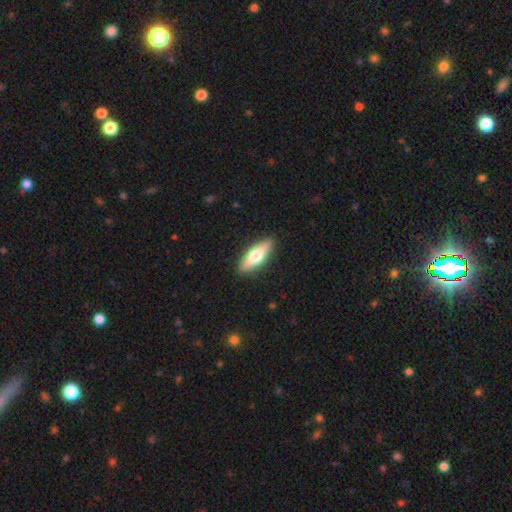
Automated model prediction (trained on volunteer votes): The model was most divided on "how rounded": in between: 51%, cigar-shaped: 46%, round: 3%. More confident: merging — none (89%); smooth or featured — smooth (55%).